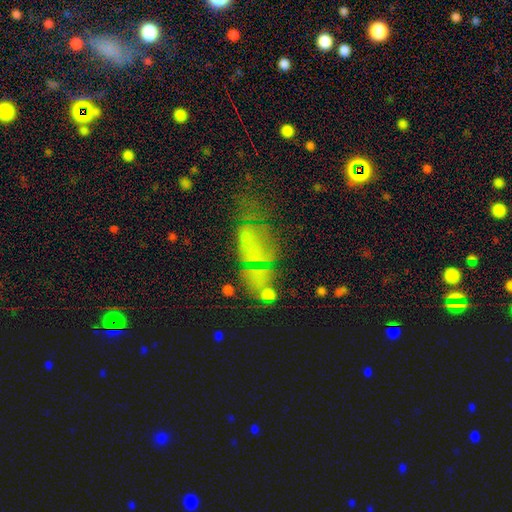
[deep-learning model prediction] This is marginally a star or artifact rather than a galaxy (36%).